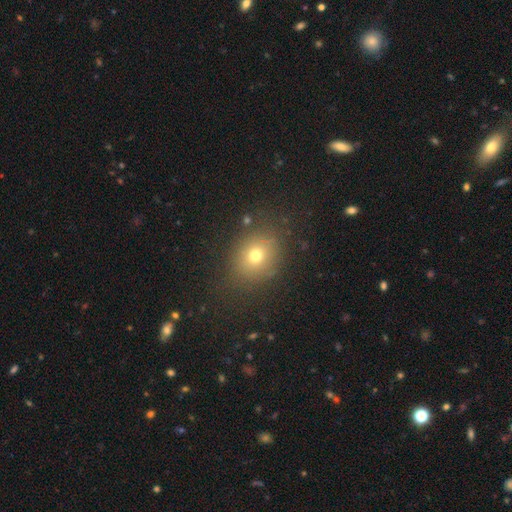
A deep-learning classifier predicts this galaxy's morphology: type=smooth (71%); roundness=round (63%); merging=none (82%).